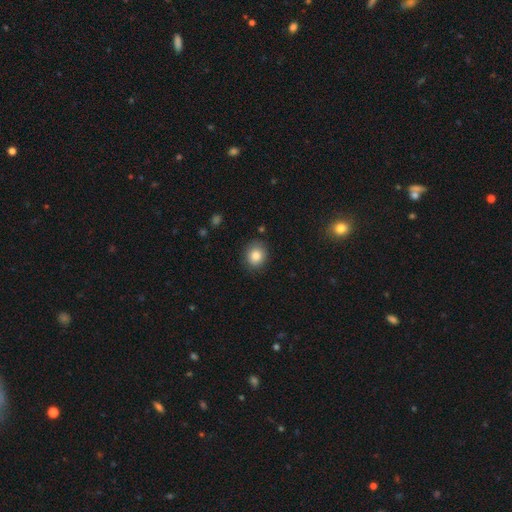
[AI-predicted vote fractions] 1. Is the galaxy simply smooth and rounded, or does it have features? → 85% smooth, 9% star or artifact, 6% featured or disk.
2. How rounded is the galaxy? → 75% round, 24% in between, 1% cigar-shaped.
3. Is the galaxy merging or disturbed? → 84% none, 11% minor disturbance, 3% major disturbance, 1% merger.